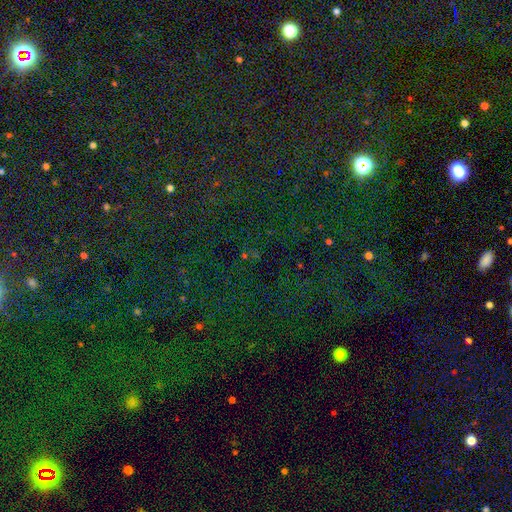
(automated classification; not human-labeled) Q: Smooth or featured?
A: star or artifact (79%); runner-up: smooth (14%)